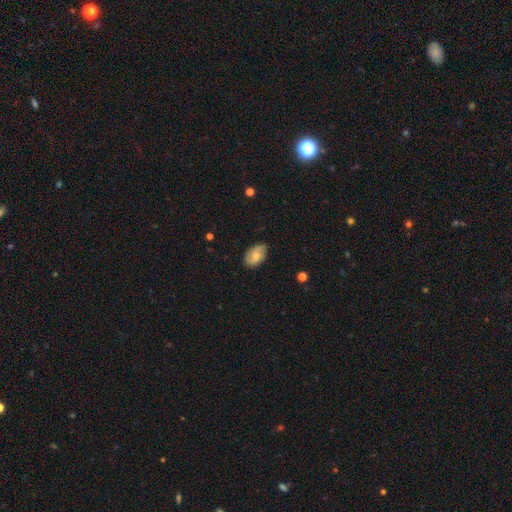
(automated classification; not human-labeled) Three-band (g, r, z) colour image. It shows a featured or disk galaxy (61%) with no bar (53%), 2 (84%) medium (45%) spiral arms (90%) and a moderate central bulge (56%). Merging: none (77%).